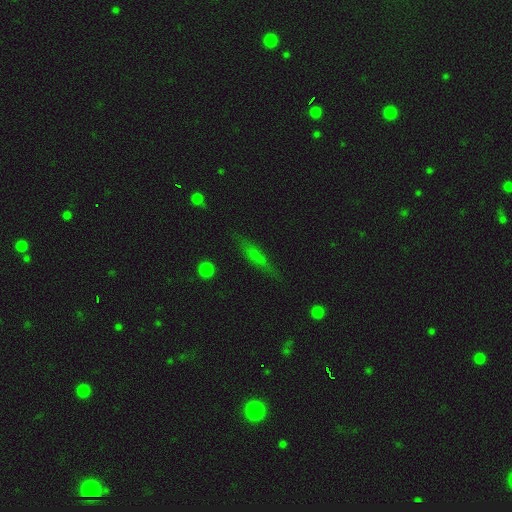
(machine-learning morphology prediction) Smooth or featured? smooth (50%)
How rounded? cigar-shaped (74%)
Merging? none (75%)